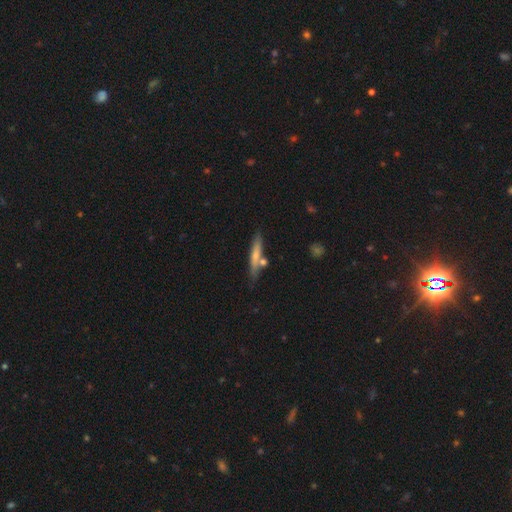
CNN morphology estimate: A smooth galaxy with no disk features (61%) that is cigar-shaped (87%). Merging: none (70%).